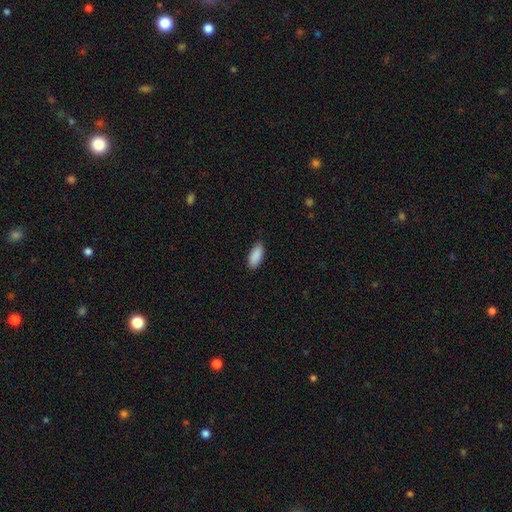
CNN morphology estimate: smooth 91%, star or artifact 6%, featured or disk 3%. Down the decision tree: how rounded — in between (84%); merging — none (87%).